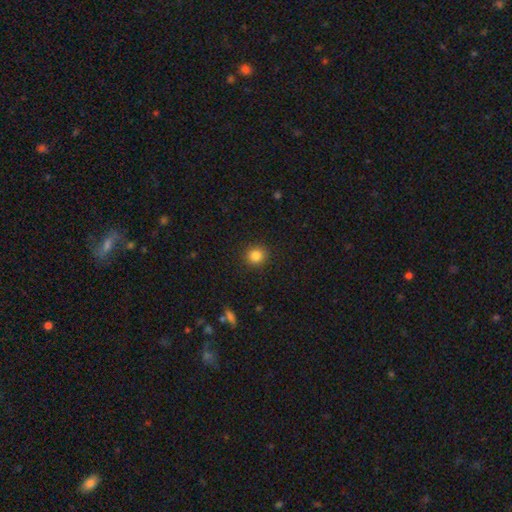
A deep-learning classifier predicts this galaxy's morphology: Overall: smooth (85%). How rounded: round (88%). Merging: none (91%).